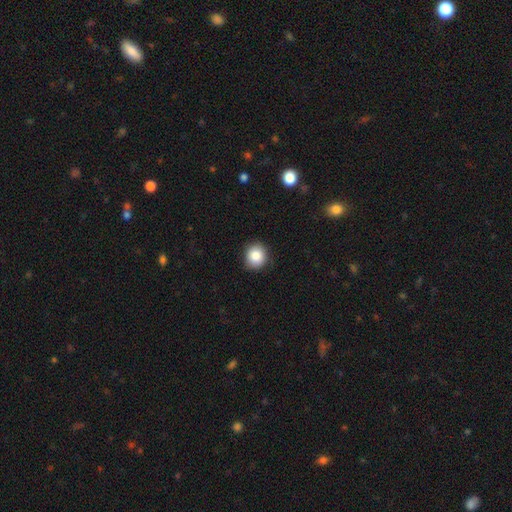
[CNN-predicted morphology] The model was most divided on "how rounded": round: 85%, in between: 14%, cigar-shaped: 1%. More confident: merging — none (86%); smooth or featured — smooth (85%).